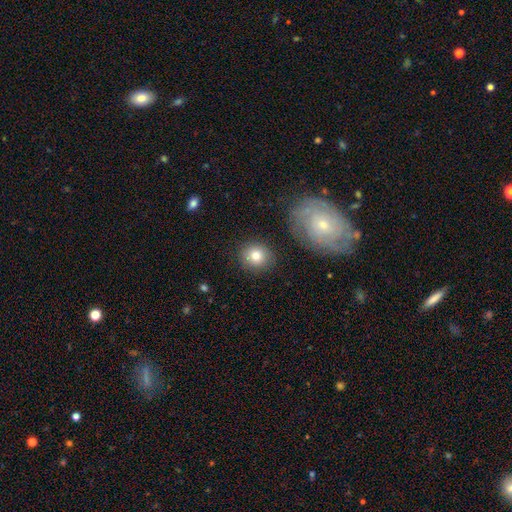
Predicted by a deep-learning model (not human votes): Smooth or featured?
  - smooth: 80% *
  - featured or disk: 11%
  - star or artifact: 10%
How rounded?
  - round: 85% *
  - in between: 14%
  - cigar-shaped: 1%
Merging?
  - none: 85% *
  - minor disturbance: 8%
  - merger: 4%
  - major disturbance: 3%